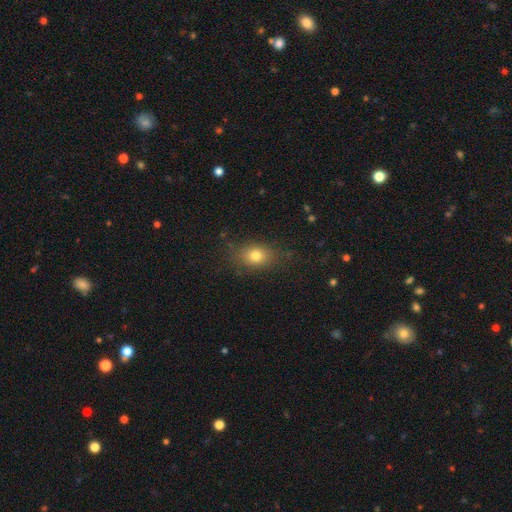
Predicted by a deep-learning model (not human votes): This appears to be a smooth galaxy with no disk features (77%) that is in between round and cigar-shaped (65%). Merging: none (78%).